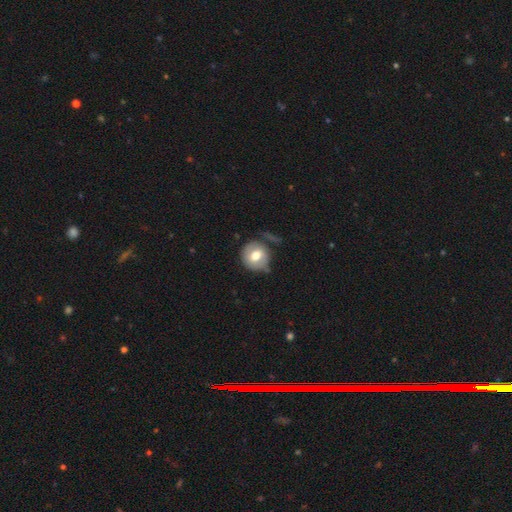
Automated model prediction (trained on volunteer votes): Morphology: type=smooth (68%); roundness=round (88%); merging=none (69%).